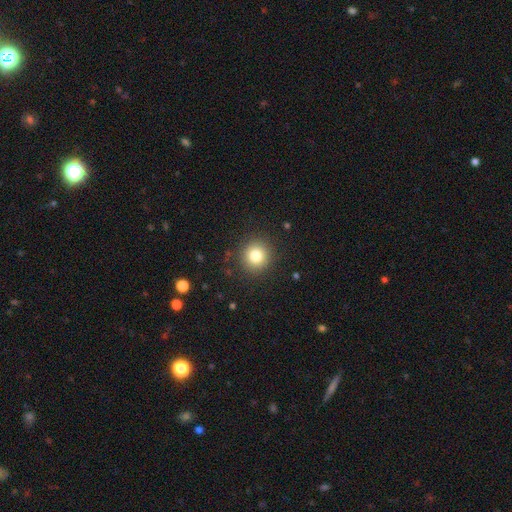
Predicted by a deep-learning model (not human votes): Smooth or featured? smooth (82%)
How rounded? round (93%)
Merging? none (90%)